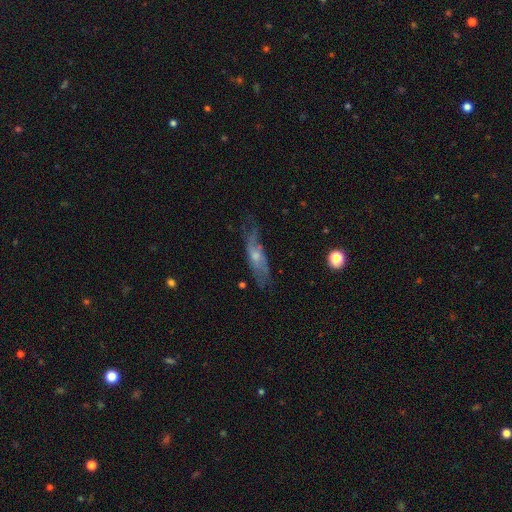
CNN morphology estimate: This is possibly a featured or disk galaxy (58%). It is likely not viewed edge-on (61%). Merging: possibly none (56%).